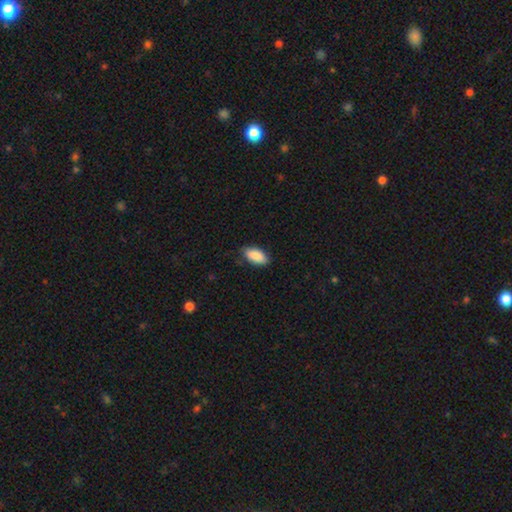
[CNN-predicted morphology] Smooth or featured: smooth — 89% (star or artifact — 6%)
How rounded: in between — 92% (cigar-shaped — 6%)
Merging: none — 78% (minor disturbance — 18%)